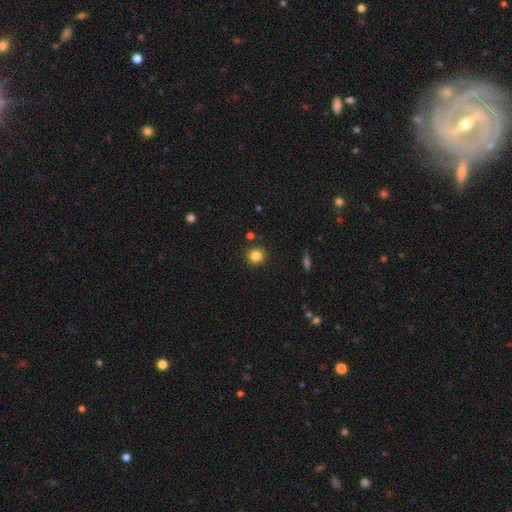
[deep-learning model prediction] smooth_or_featured: smooth (p=0.83) [alt: star or artifact p=0.11]
how_rounded: round (p=0.93) [alt: in between p=0.06]
merging: none (p=0.89) [alt: minor disturbance p=0.06]